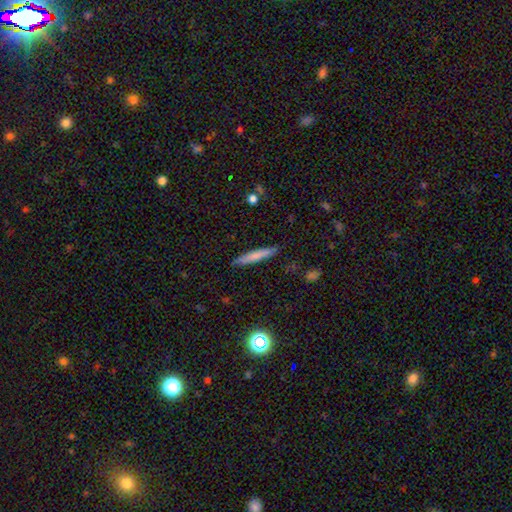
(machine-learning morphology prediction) Smooth or featured: smooth — 70% (featured or disk — 23%)
How rounded: cigar-shaped — 92% (in between — 6%)
Merging: none — 88% (minor disturbance — 9%)